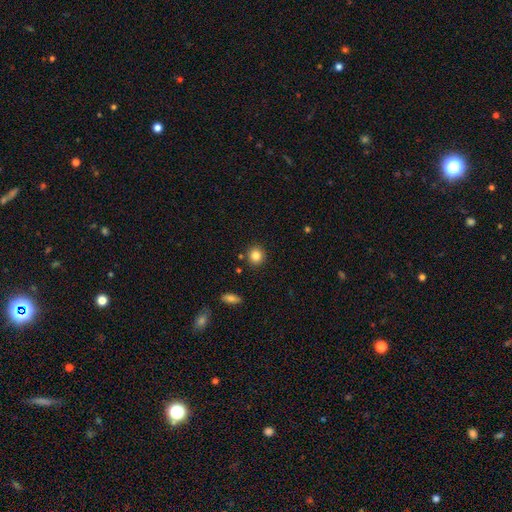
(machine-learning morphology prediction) Q: Smooth or featured?
A: smooth (85%); runner-up: star or artifact (10%)
Q: How rounded?
A: round (87%); runner-up: in between (12%)
Q: Merging?
A: none (89%); runner-up: minor disturbance (7%)